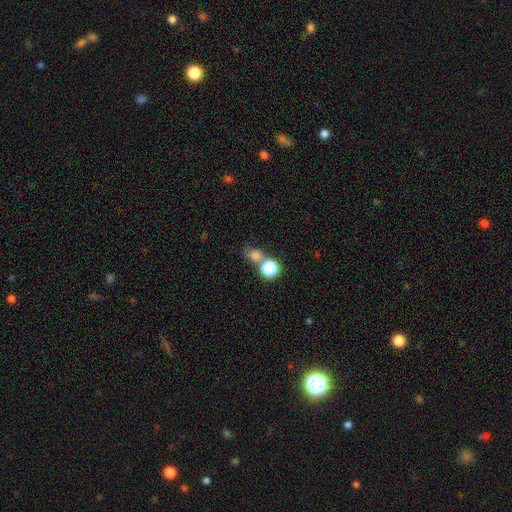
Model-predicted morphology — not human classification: smooth 74%, star or artifact 18%, featured or disk 8%. Down the decision tree: how rounded — round (72%); merging — none (48%).